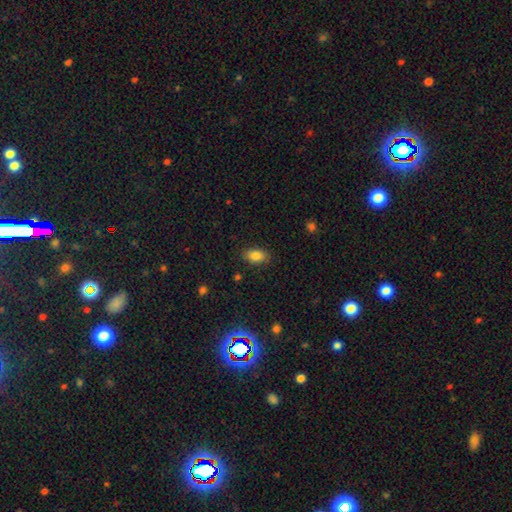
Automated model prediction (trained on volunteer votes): Overall: smooth (85%). How rounded: in between (89%). Merging: none (87%).